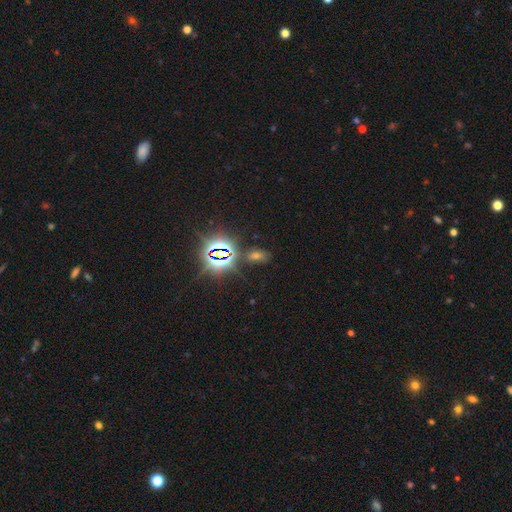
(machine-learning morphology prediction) type=star or artifact (60%).